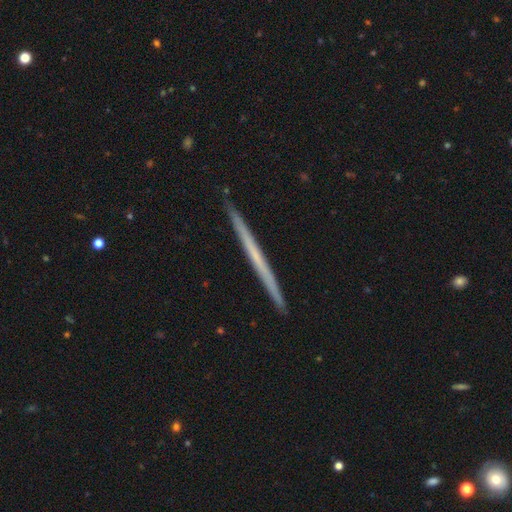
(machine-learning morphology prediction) Overall: featured or disk (61%; smooth 34%). Edge-on disk: yes (98%). Edge-on bulge: none (90%). Merging: none (92%).